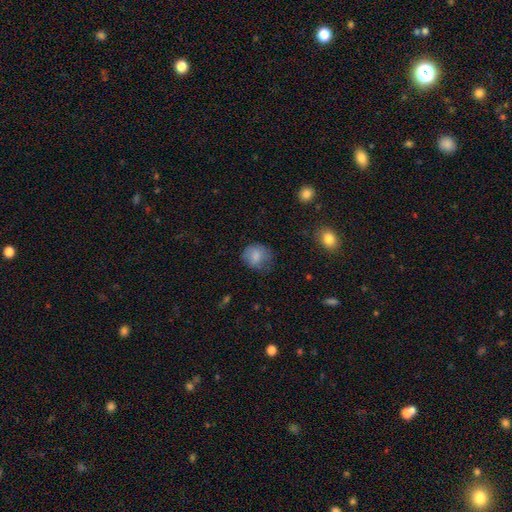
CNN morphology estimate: smooth-or-featured: smooth: 80% | featured or disk: 11% | star or artifact: 9%
  how-rounded: round: 73% | in between: 26% | cigar-shaped: 1%
  merging: none: 60% | minor disturbance: 28% | major disturbance: 11% | merger: 2%